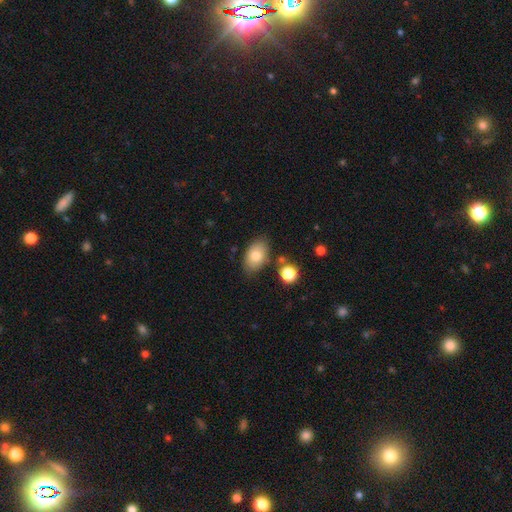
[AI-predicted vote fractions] A smooth galaxy with no disk features (78%) that is in between round and cigar-shaped (89%).

Vote fractions:
- Smooth or featured? smooth: 78% / featured or disk: 14% / star or artifact: 8%
- How rounded? in between: 89% / round: 9% / cigar-shaped: 1%
- Merging? none: 78% / minor disturbance: 14% / merger: 5% / major disturbance: 3%